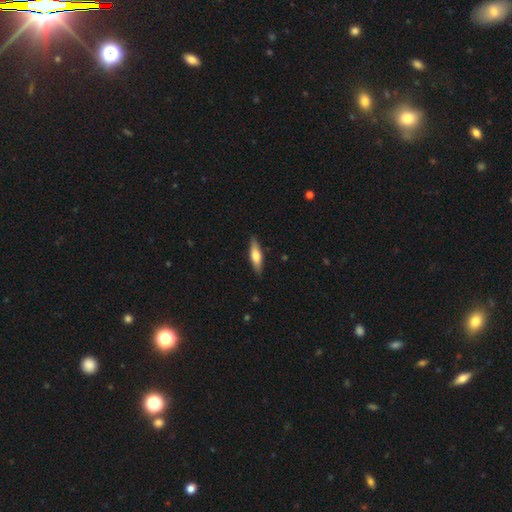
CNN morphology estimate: type=smooth (62%); roundness=cigar-shaped (59%); merging=none (87%).